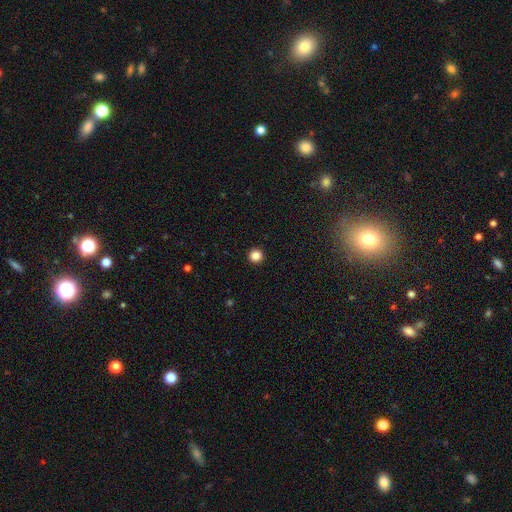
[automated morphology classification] Overall: smooth (86%). How rounded: round (96%). Merging: none (94%).